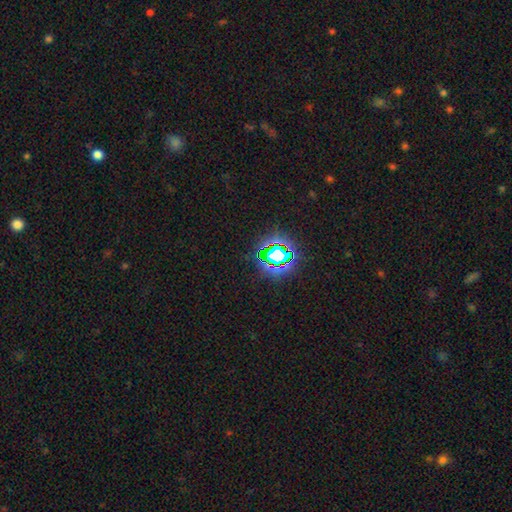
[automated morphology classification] This appears to be a star or artifact, not a galaxy (79%).